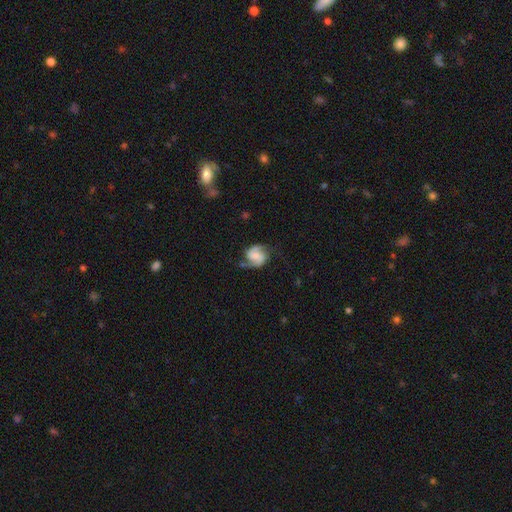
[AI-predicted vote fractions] Smooth or featured: featured or disk — 81% (smooth — 13%)
Edge-on disk: no — 98% (yes — 2%)
Bar: weak — 44% (no — 36%)
Spiral arms: yes — 96% (no — 4%)
Spiral winding: medium — 50% (loose — 28%)
Spiral arm count: 2 — 92% (can't tell — 3%)
Bulge size: none — 34% (small — 28%)
Merging: none — 69% (minor disturbance — 19%)